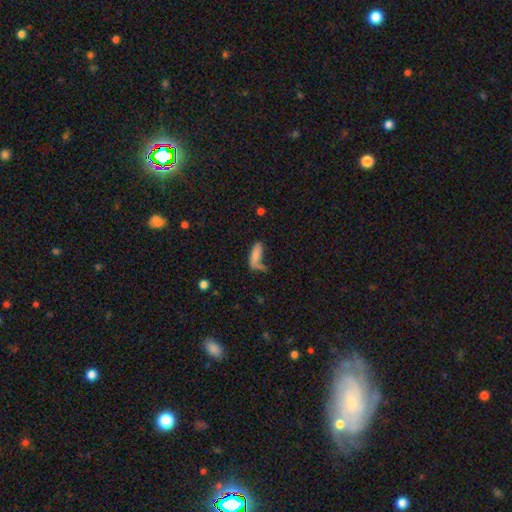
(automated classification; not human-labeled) The model was most divided on "merging": none: 38%, major disturbance: 22%, minor disturbance: 21%, merger: 19%. More confident: smooth or featured — smooth (76%); how rounded — in between (59%).